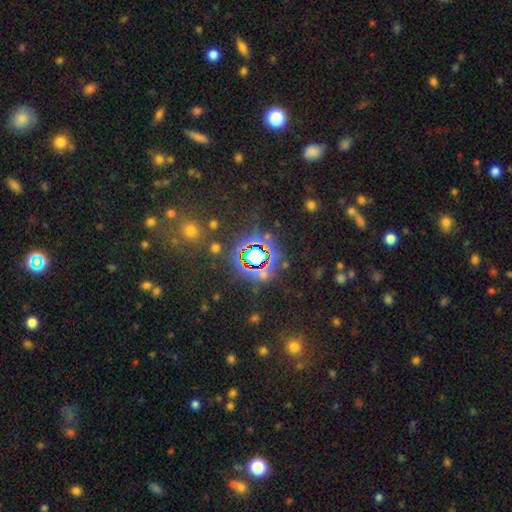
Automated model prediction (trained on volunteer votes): Morphology: type=star or artifact (71%).